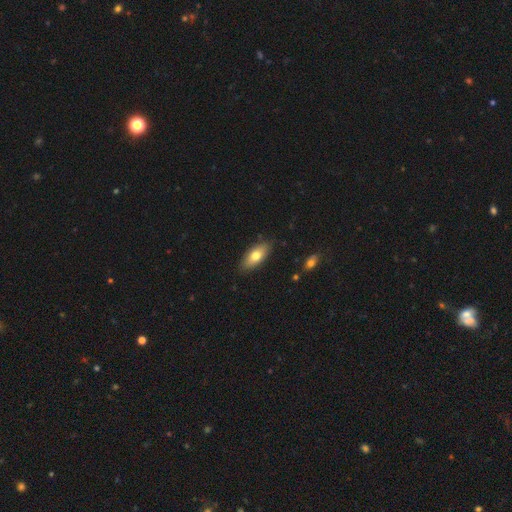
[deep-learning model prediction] Morphology: type=smooth (71%); roundness=in between (81%); merging=none (86%).